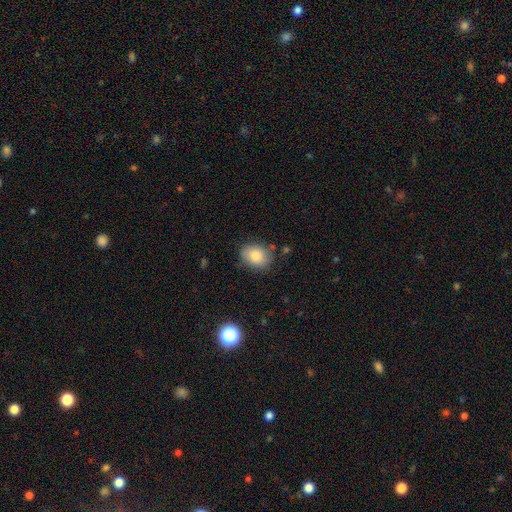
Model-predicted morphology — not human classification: This appears to be a smooth galaxy with no disk features (84%) that is in between round and cigar-shaped (60%). Merging: none (77%).